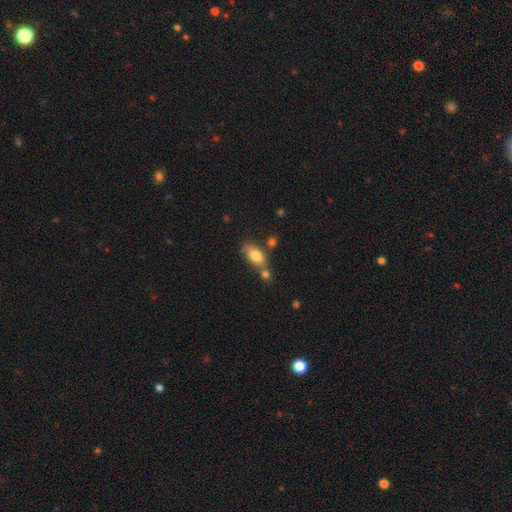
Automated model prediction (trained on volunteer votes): Smooth or featured: smooth — 78% (featured or disk — 13%)
How rounded: in between — 85% (round — 8%)
Merging: none — 48% (merger — 31%)